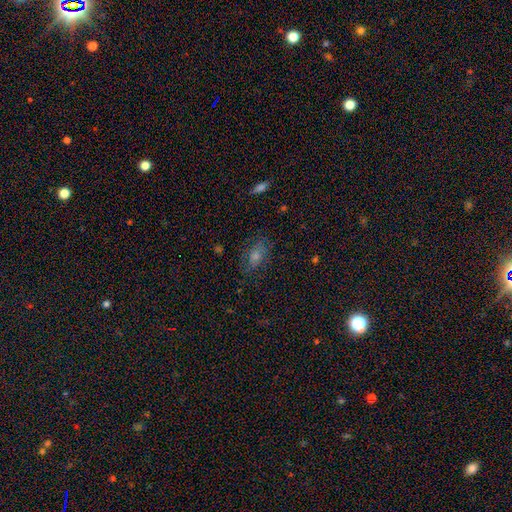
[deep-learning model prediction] smooth-or-featured: smooth: 47% | star or artifact: 29% | featured or disk: 24%
  merging: none: 76% | minor disturbance: 16% | major disturbance: 6% | merger: 2%